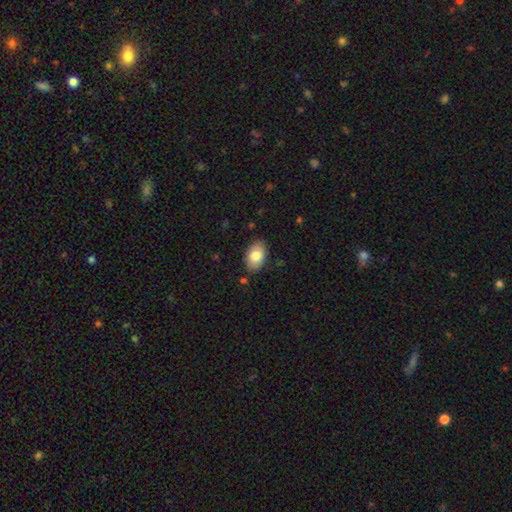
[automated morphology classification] Q: Smooth or featured?
A: smooth (81%); runner-up: featured or disk (13%)
Q: How rounded?
A: in between (91%); runner-up: round (8%)
Q: Merging?
A: none (85%); runner-up: minor disturbance (11%)